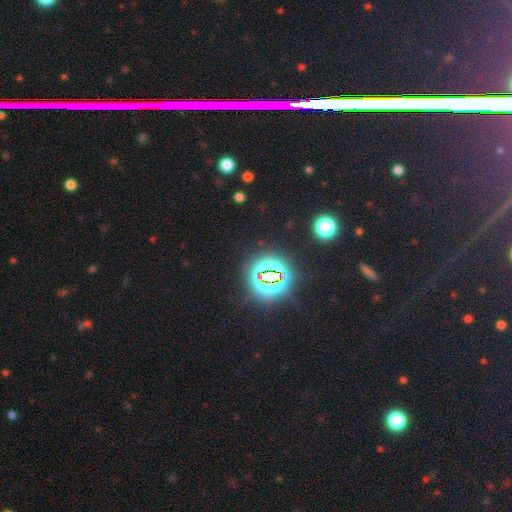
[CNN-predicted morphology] This is likely a star or artifact rather than a galaxy (73%).